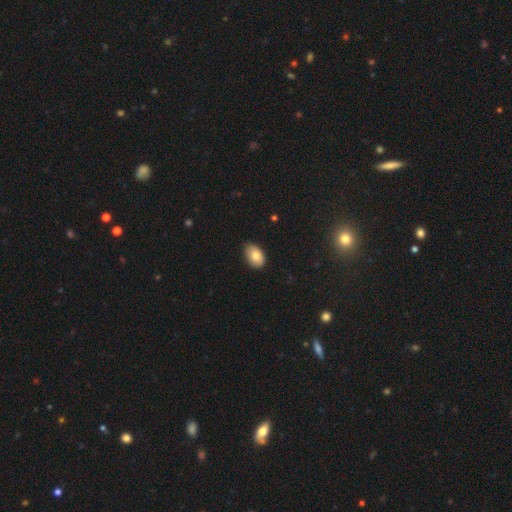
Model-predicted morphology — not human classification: smooth-or-featured: smooth: 82% | featured or disk: 10% | star or artifact: 8%
  how-rounded: in between: 89% | round: 10% | cigar-shaped: 1%
  merging: none: 78% | minor disturbance: 18% | major disturbance: 2% | merger: 1%